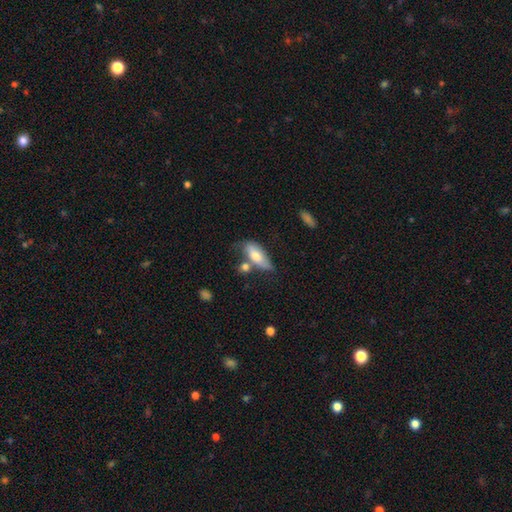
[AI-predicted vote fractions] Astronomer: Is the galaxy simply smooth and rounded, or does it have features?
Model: smooth — 67%.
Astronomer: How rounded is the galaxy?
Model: in between — 79%.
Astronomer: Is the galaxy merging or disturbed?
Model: none — 44% (runner-up: minor disturbance, 26%).